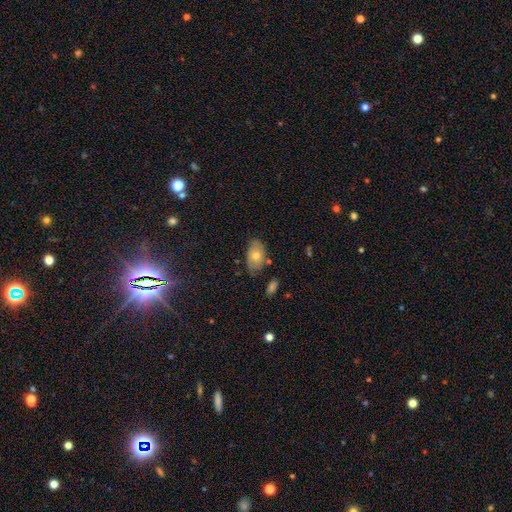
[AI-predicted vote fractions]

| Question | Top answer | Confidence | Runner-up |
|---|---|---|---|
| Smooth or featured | smooth | 60% | featured or disk (29%) |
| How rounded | in between | 89% | round (9%) |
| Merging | none | 73% | minor disturbance (19%) |